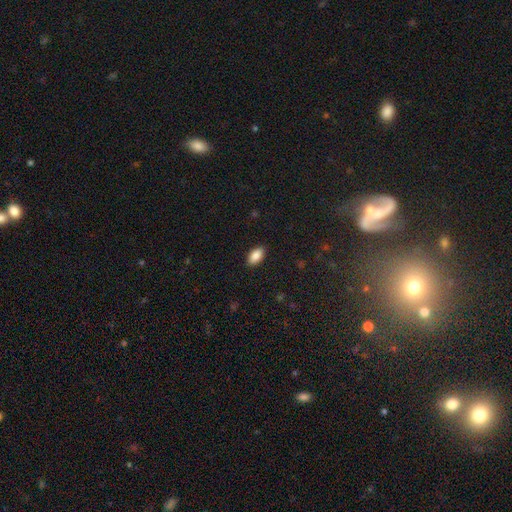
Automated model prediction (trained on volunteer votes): This is clearly a smooth galaxy (88%). How rounded: clearly in between (93%). Merging: clearly none (89%).